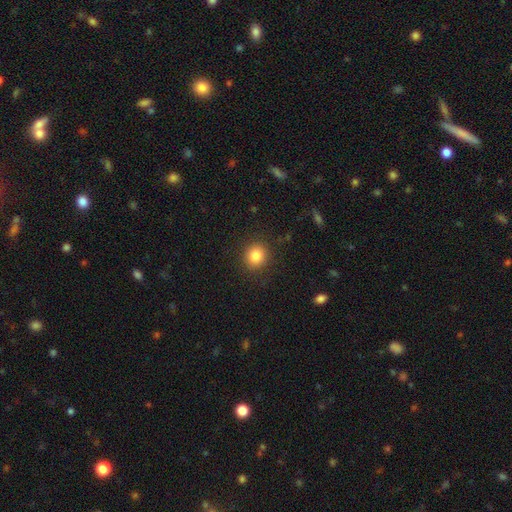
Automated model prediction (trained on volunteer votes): Morphology: type=smooth (84%); roundness=round (85%); merging=none (89%).